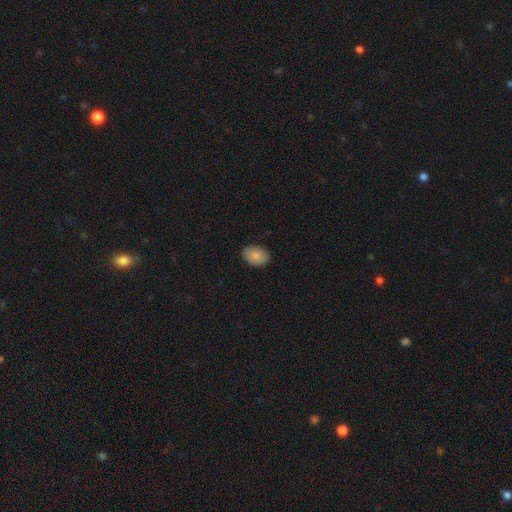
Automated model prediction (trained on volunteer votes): The model was most divided on "how rounded": in between: 82%, round: 17%, cigar-shaped: 1%. More confident: merging — none (88%); smooth or featured — smooth (85%).